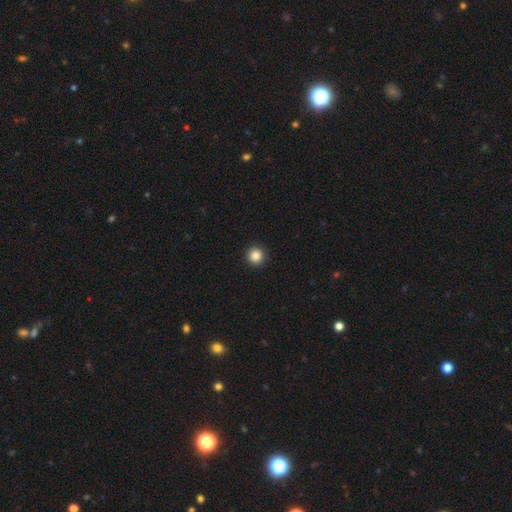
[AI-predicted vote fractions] smooth_or_featured: smooth (p=0.86) [alt: star or artifact p=0.10]
how_rounded: round (p=0.96) [alt: in between p=0.03]
merging: none (p=0.93) [alt: minor disturbance p=0.04]